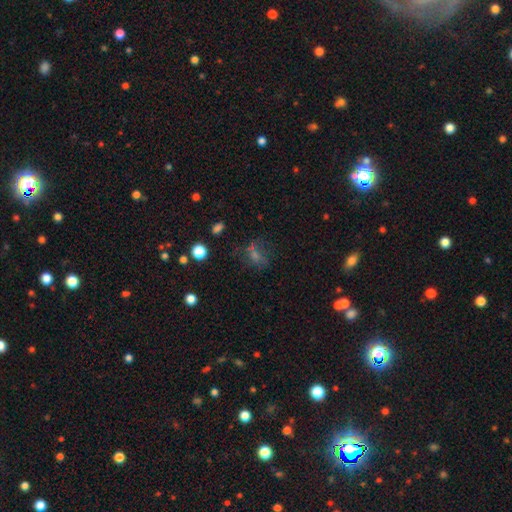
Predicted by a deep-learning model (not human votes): Smooth or featured: smooth — 42% (star or artifact — 32%)
Merging: none — 56% (minor disturbance — 20%)